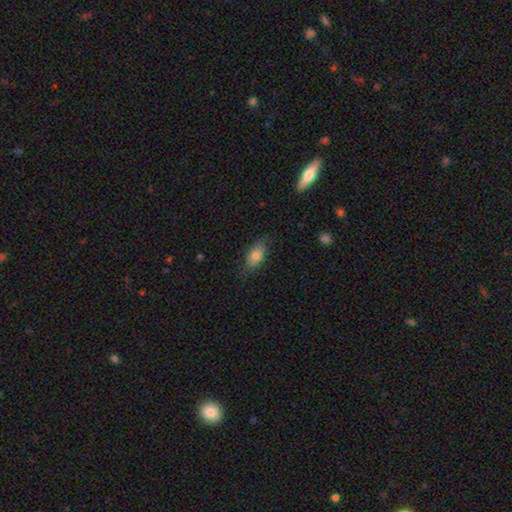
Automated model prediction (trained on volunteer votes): smooth-or-featured: smooth: 77% | featured or disk: 16% | star or artifact: 8%
  how-rounded: in between: 87% | cigar-shaped: 7% | round: 6%
  merging: none: 74% | minor disturbance: 20% | major disturbance: 5% | merger: 1%